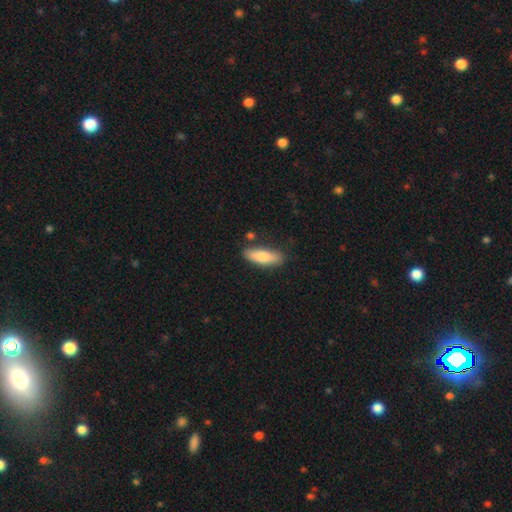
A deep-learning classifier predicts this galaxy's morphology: Smooth or featured?
  - smooth: 47% *
  - featured or disk: 28%
  - star or artifact: 25%
Merging?
  - none: 72% *
  - minor disturbance: 14%
  - merger: 7%
  - major disturbance: 6%